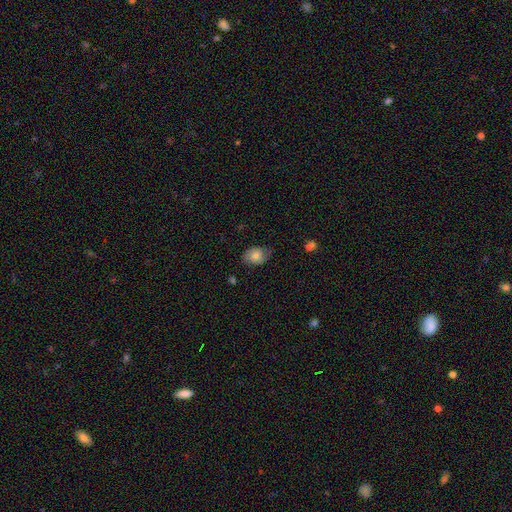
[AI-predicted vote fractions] This appears to be a smooth galaxy with no disk features (65%) that is in between round and cigar-shaped (72%). Merging: none (69%).